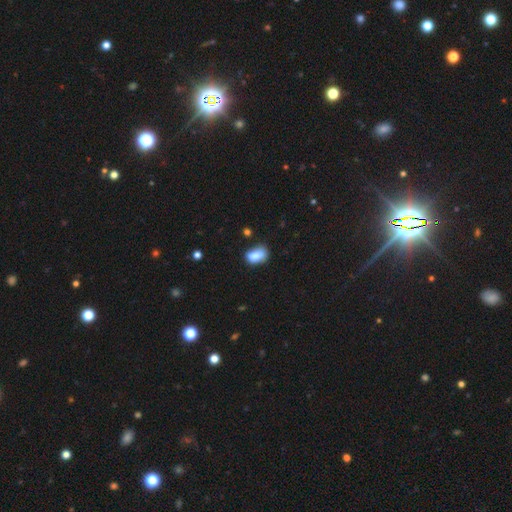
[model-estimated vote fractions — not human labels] This is clearly a smooth galaxy (84%). How rounded: clearly in between (86%). Merging: possibly none (53%).